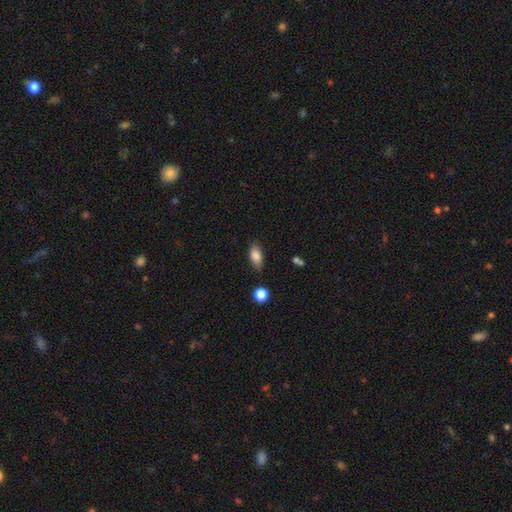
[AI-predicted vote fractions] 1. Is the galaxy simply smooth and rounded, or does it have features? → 83% smooth, 9% featured or disk, 8% star or artifact.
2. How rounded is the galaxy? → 87% in between, 7% cigar-shaped, 6% round.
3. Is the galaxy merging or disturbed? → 79% none, 16% minor disturbance, 3% major disturbance, 2% merger.